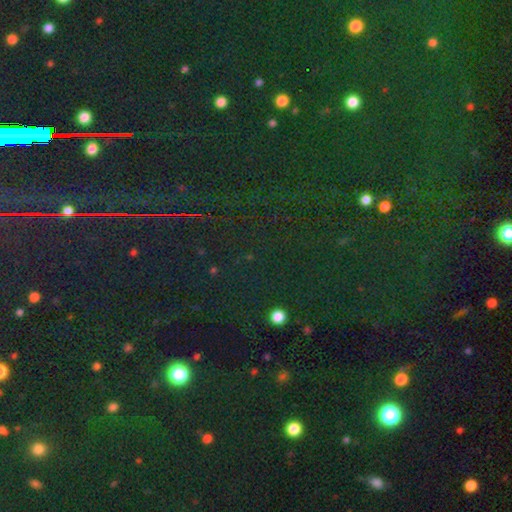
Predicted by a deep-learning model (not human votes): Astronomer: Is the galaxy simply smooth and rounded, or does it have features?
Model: star or artifact — 78%.